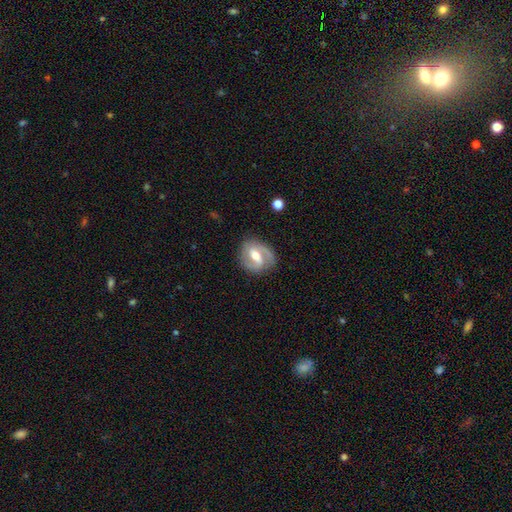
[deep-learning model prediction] A featured or disk galaxy (81%) with a weak bar (45%), 2 (83%) medium (49%) spiral arms (92%) and a moderate central bulge (68%).

Vote fractions:
- Smooth or featured? featured or disk: 81% / smooth: 14% / star or artifact: 5%
- Edge-on disk? no: 97% / yes: 3%
- Bar? weak: 45% / strong: 41% / no: 14%
- Spiral arms? yes: 92% / no: 8%
- Spiral winding? medium: 49% / tight: 31% / loose: 19%
- Spiral arm count? 2: 83% / 1: 9% / can't tell: 5% / 3: 2% / 4: 1% / more than 4: 1%
- Bulge size? moderate: 68% / small: 23% / large: 7% / none: 1% / dominant: 1%
- Merging? none: 80% / minor disturbance: 14% / major disturbance: 5% / merger: 1%